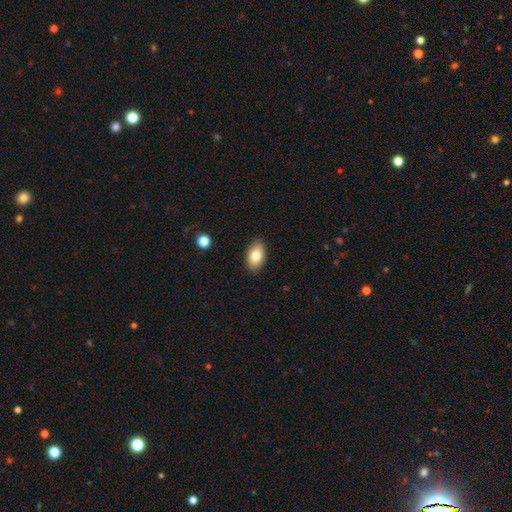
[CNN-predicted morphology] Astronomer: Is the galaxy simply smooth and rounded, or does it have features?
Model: smooth — 83%.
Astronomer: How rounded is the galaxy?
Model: in between — 92%.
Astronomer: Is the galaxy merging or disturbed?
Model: none — 88%.